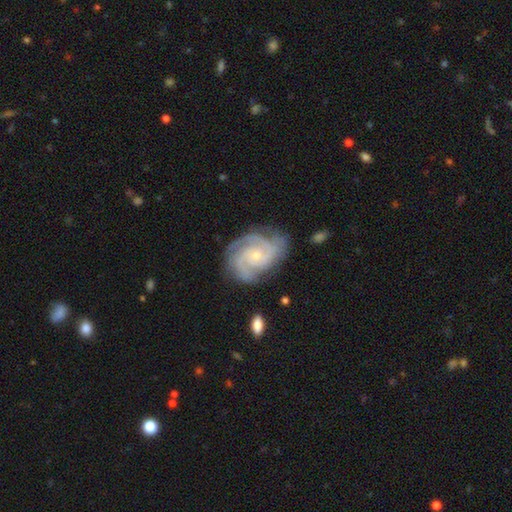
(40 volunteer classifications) Smooth or featured? 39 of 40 (98%) said featured or disk. Edge-on disk? 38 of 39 (97%) said no. Bar? 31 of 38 (82%) said no. Spiral arms? 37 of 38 (97%) said yes. Spiral winding? 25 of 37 (68%) said tight. Spiral arm count? 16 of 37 (43%, tied with 3) said 2. Bulge size? 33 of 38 (87%) said small. Merging? 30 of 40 (75%) said none.